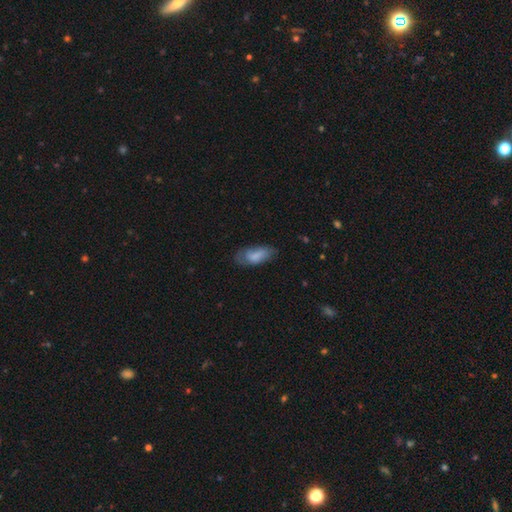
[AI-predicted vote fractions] Morphology: type=smooth (72%); roundness=in between (87%); merging=none (57%).